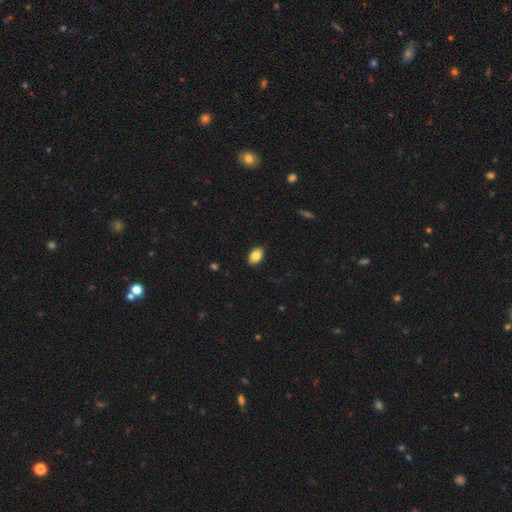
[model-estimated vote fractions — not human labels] A smooth galaxy with no disk features (83%) that is in between round and cigar-shaped (90%). Merging: none (89%).